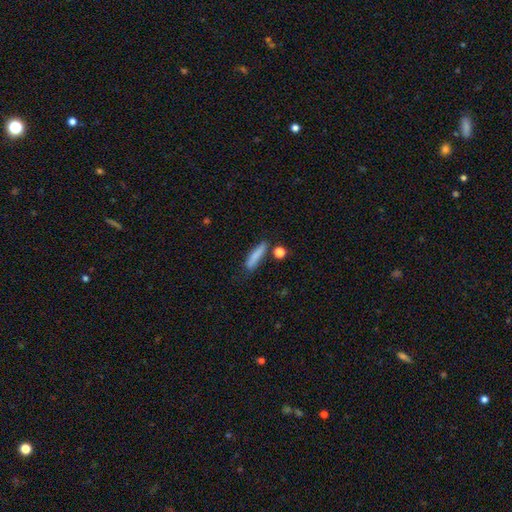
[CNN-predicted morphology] Smooth or featured?
  - smooth: 82% *
  - featured or disk: 10%
  - star or artifact: 7%
How rounded?
  - cigar-shaped: 81% *
  - in between: 16%
  - round: 3%
Merging?
  - none: 73% *
  - minor disturbance: 16%
  - merger: 6%
  - major disturbance: 4%